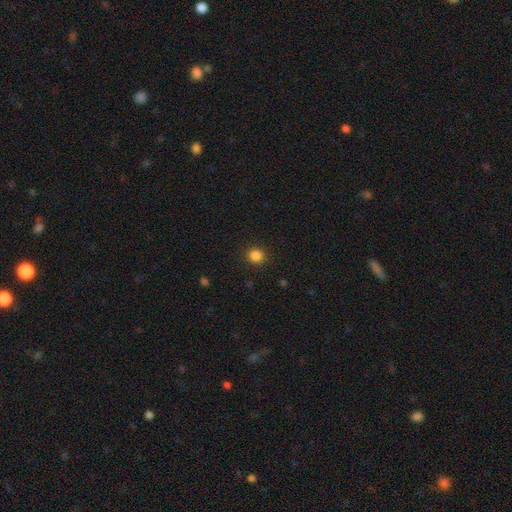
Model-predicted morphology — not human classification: smooth-or-featured: smooth: 85% | star or artifact: 12% | featured or disk: 3%
  how-rounded: round: 86% | in between: 13% | cigar-shaped: 1%
  merging: none: 91% | minor disturbance: 6% | major disturbance: 2% | merger: 1%